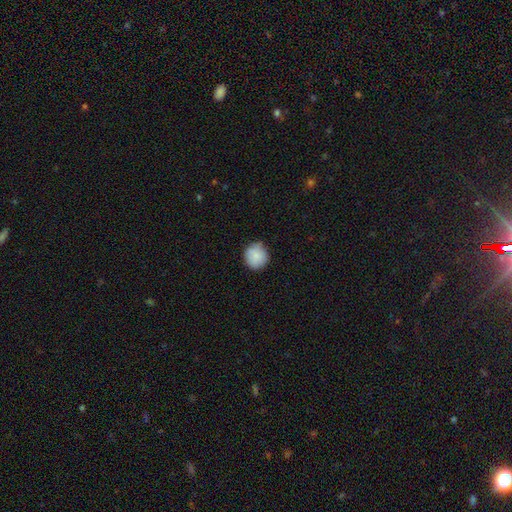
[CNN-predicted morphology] smooth 87%, star or artifact 7%, featured or disk 5%. Down the decision tree: how rounded — round (86%); merging — none (80%).